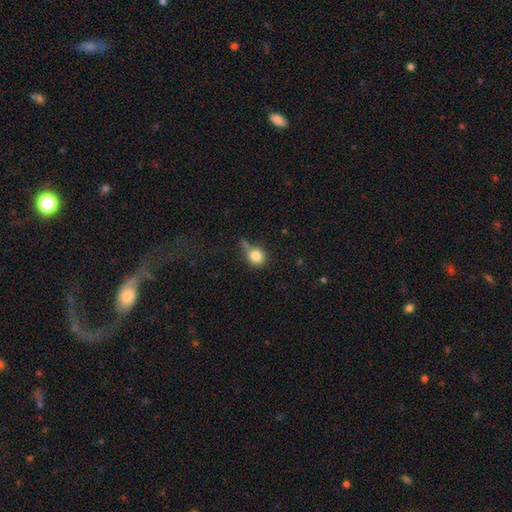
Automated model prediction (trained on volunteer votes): smooth 81%, star or artifact 10%, featured or disk 8%. Down the decision tree: how rounded — round (82%); merging — none (47%).